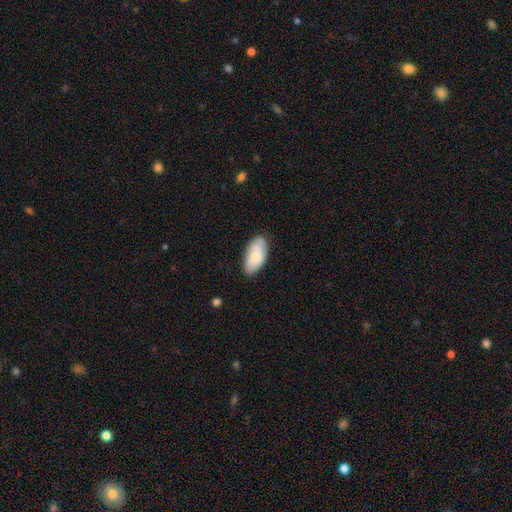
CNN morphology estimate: Smooth or featured? smooth (72%)
How rounded? in between (94%)
Merging? none (74%)